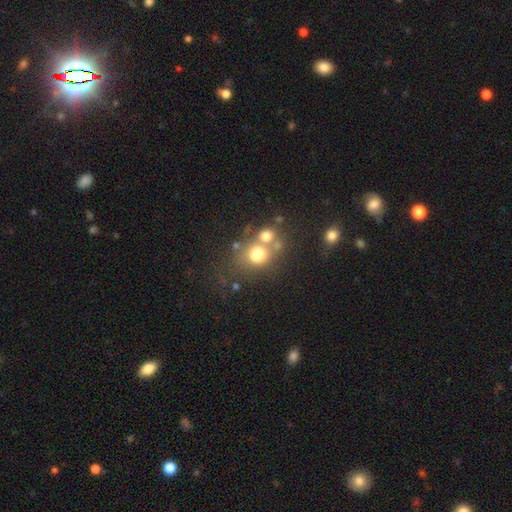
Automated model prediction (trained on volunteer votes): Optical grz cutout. It shows a smooth galaxy with no disk features (68%) that is round (68%). Merging: merger (41%, tied with none).